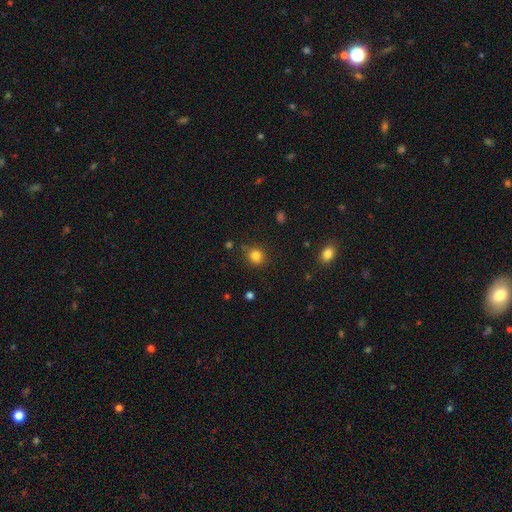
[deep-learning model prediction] This appears to be a smooth galaxy with no disk features (82%) that is round (87%). Merging: none (81%).